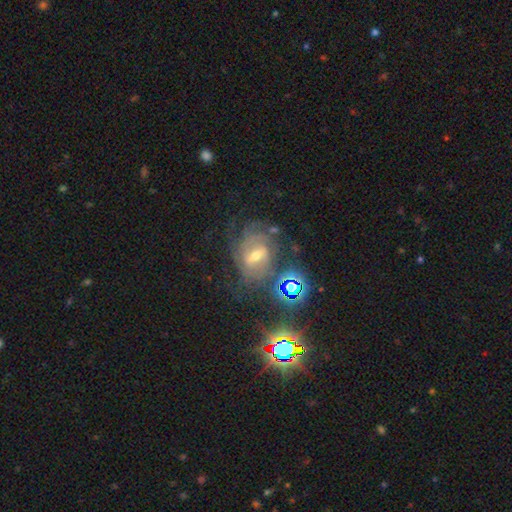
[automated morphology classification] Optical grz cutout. It shows a featured or disk galaxy (73%) with a weak bar (48%), tight (44%) spiral arms (89%) and a moderate central bulge (53%). Merging: none (56%).